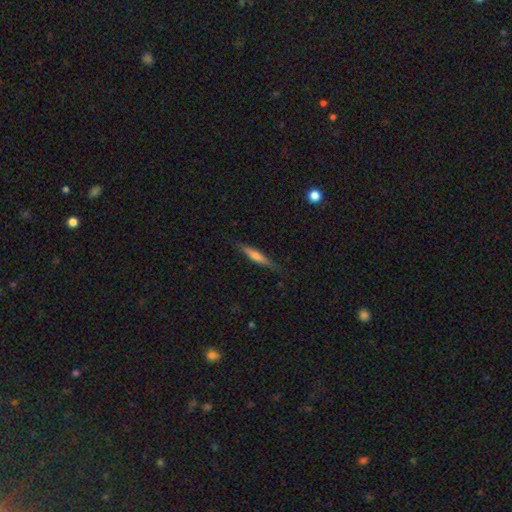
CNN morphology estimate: smooth 50%, featured or disk 44%, star or artifact 6%. Down the decision tree: merging — none (83%).